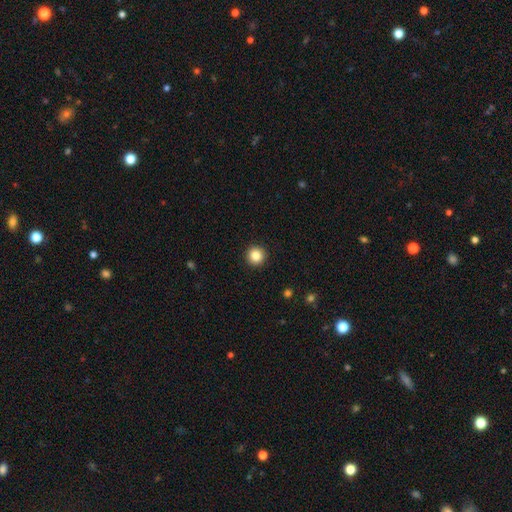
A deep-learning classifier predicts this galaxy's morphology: The model was most divided on "smooth or featured": smooth: 85%, star or artifact: 10%, featured or disk: 5%. More confident: how rounded — round (96%); merging — none (93%).